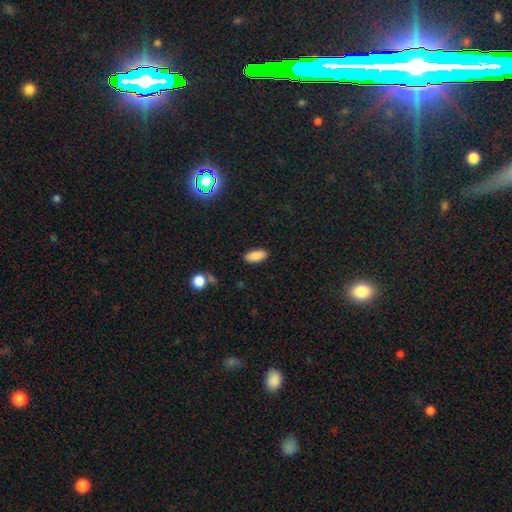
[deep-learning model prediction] Overall: smooth (87%). How rounded: in between (86%). Merging: none (88%).